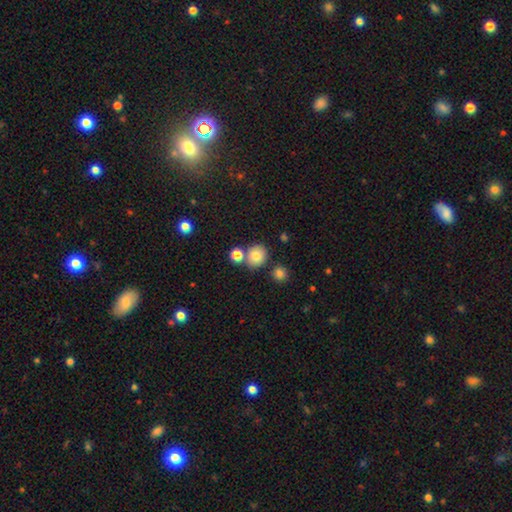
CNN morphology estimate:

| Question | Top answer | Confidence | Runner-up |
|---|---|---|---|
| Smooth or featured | smooth | 79% | star or artifact (11%) |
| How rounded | round | 80% | in between (19%) |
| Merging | none | 68% | merger (19%) |